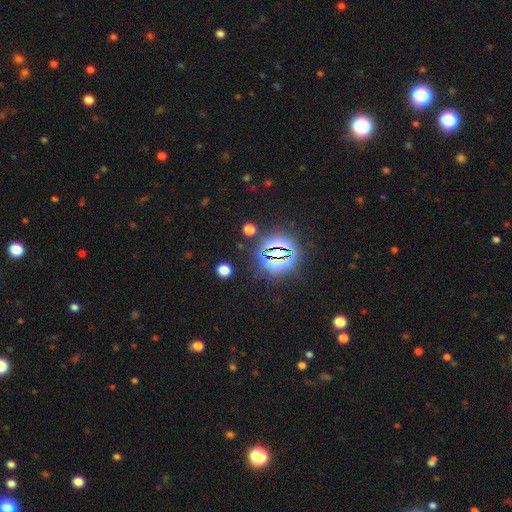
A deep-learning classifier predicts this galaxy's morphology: star or artifact 80%, smooth 13%, featured or disk 8%.